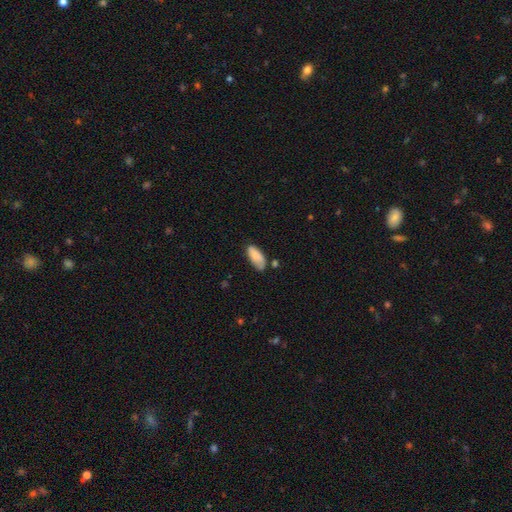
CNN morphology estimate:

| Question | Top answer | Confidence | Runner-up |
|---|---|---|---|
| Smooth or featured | smooth | 82% | featured or disk (11%) |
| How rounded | in between | 87% | cigar-shaped (12%) |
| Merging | none | 61% | minor disturbance (28%) |